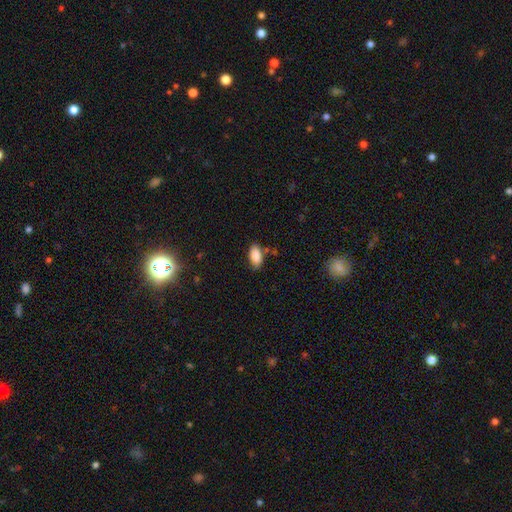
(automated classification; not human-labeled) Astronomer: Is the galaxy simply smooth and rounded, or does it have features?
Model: smooth — 87%.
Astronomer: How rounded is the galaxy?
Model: in between — 93%.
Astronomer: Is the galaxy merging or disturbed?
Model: none — 77%.